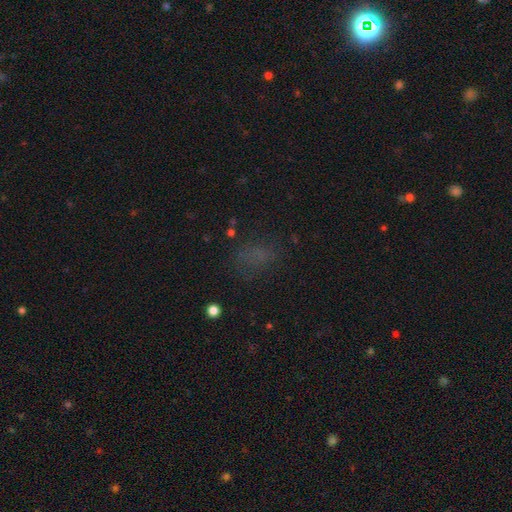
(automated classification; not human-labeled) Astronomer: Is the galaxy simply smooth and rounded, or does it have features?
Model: smooth — 56% (runner-up: star or artifact, 32%).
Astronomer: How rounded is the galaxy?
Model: in between — 72%.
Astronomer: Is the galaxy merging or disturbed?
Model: none — 66%.